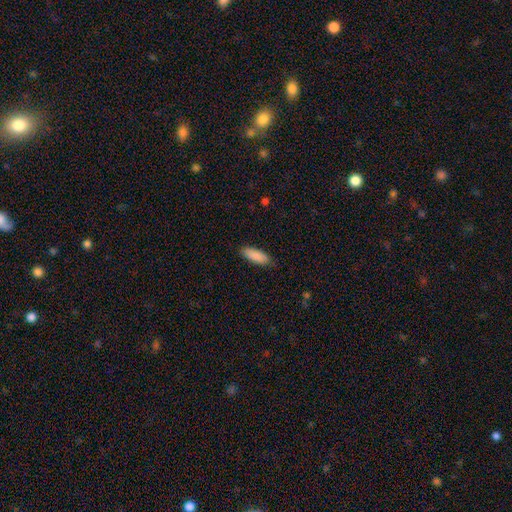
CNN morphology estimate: Q: Smooth or featured?
A: smooth (89%); runner-up: star or artifact (6%)
Q: How rounded?
A: in between (66%); runner-up: cigar-shaped (32%)
Q: Merging?
A: none (86%); runner-up: minor disturbance (11%)